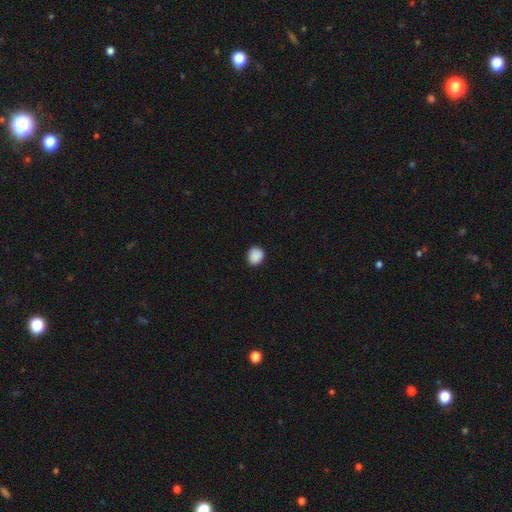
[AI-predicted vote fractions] Morphology: type=smooth (89%); roundness=round (81%); merging=none (89%).